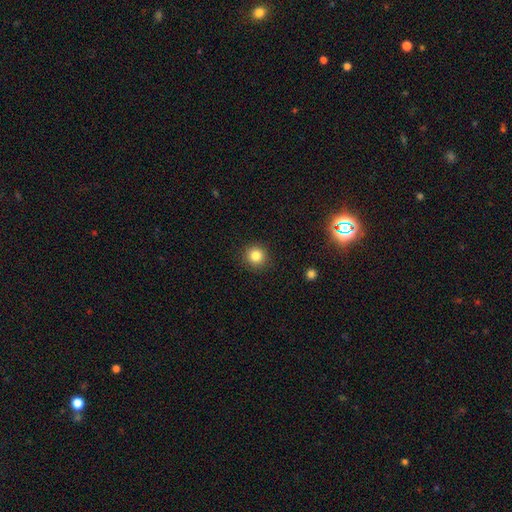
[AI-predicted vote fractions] A smooth galaxy with no disk features (83%) that is round (93%). Merging: none (91%).